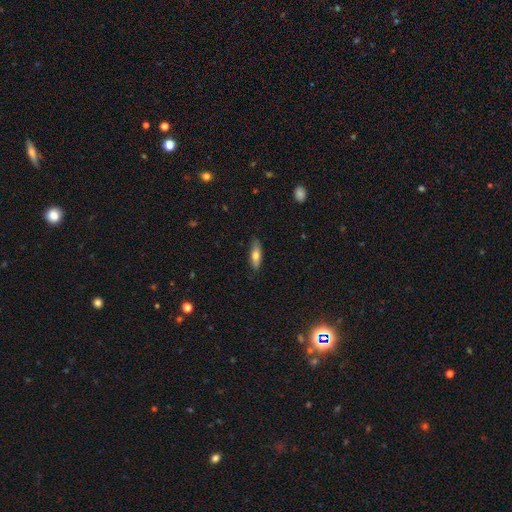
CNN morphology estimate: A smooth galaxy with no disk features (68%) that is in between round and cigar-shaped (52%).

Vote fractions:
- Smooth or featured? smooth: 68% / featured or disk: 26% / star or artifact: 6%
- How rounded? in between: 52% / cigar-shaped: 46% / round: 3%
- Merging? none: 83% / minor disturbance: 14% / major disturbance: 2% / merger: 1%